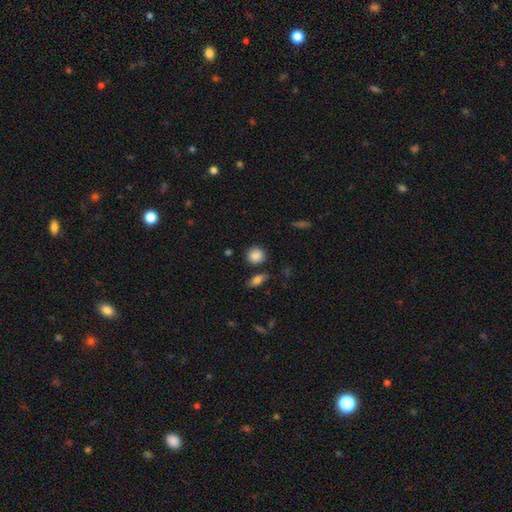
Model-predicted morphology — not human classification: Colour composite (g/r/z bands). It shows a smooth galaxy with no disk features (87%) that is round (85%). Merging: none (81%).